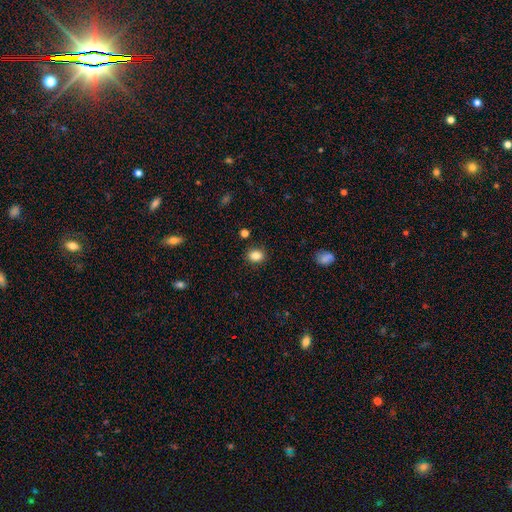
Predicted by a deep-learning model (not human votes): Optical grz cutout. It shows a smooth galaxy with no disk features (84%) that is in between round and cigar-shaped (52%). Merging: none (87%).